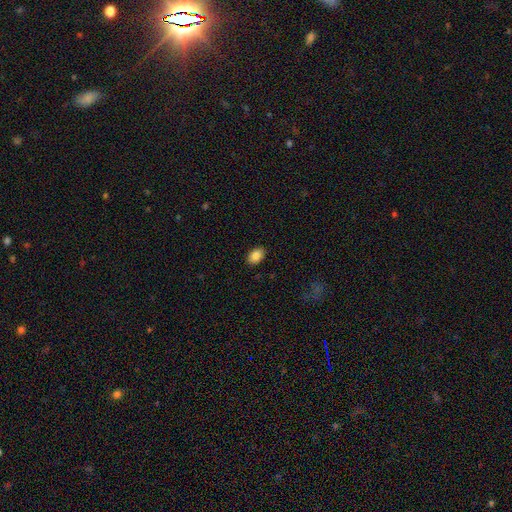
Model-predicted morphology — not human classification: A smooth galaxy with no disk features (86%) that is in between round and cigar-shaped (85%). Merging: none (88%).